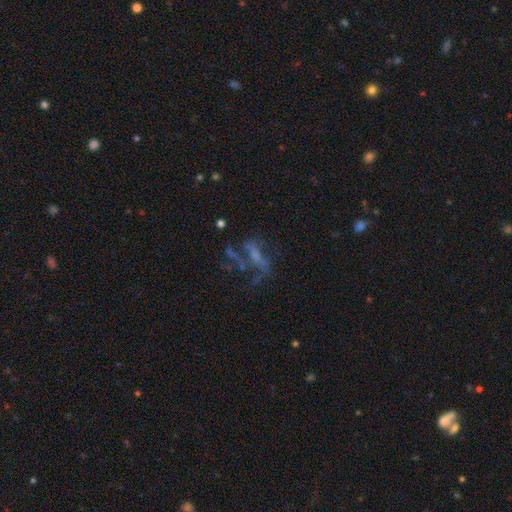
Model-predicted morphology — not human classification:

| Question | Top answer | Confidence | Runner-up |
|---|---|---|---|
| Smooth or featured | featured or disk | 56% | star or artifact (23%) |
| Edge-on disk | no | 81% | yes (19%) |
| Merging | none | 39% | major disturbance (37%) |